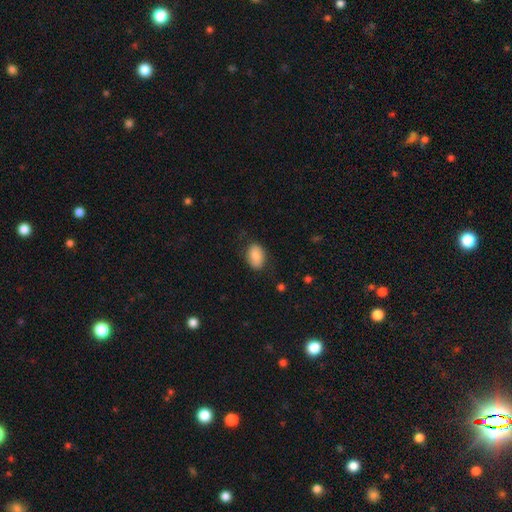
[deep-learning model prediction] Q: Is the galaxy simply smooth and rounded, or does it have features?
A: smooth — 80%.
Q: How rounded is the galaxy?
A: in between — 84%.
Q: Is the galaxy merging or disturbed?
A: none — 73%.